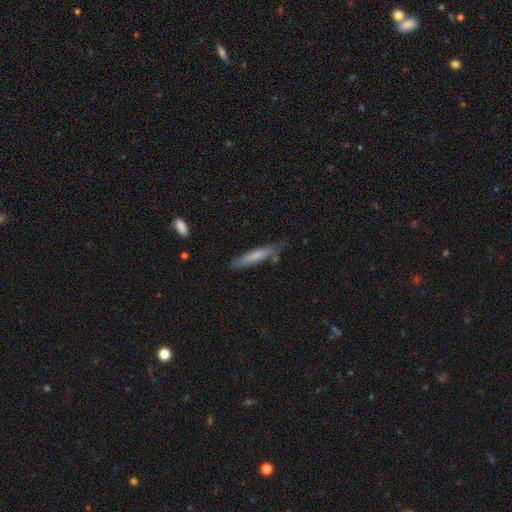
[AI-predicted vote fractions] A smooth galaxy with no disk features (67%) that is cigar-shaped (90%). Merging: none (78%).